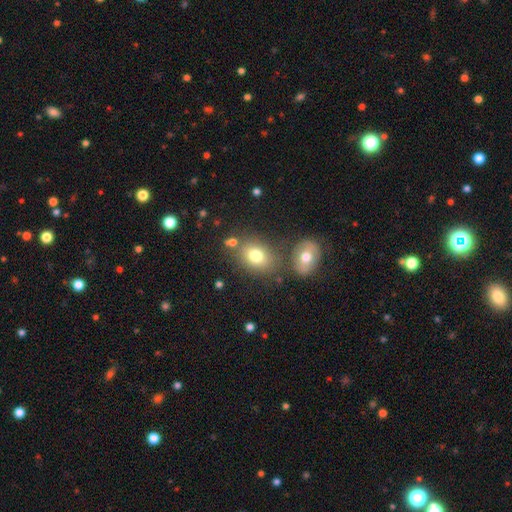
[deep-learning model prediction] This appears to be a smooth galaxy with no disk features (76%) that is in between round and cigar-shaped (61%). Merging: none (68%).